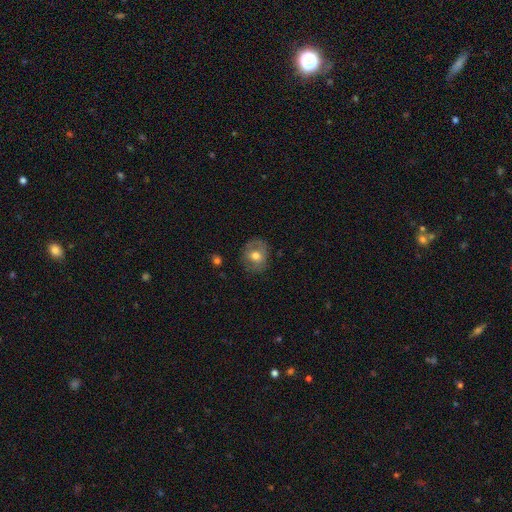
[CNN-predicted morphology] This is possibly a smooth galaxy (56%). How rounded: likely round (69%). Merging: likely none (75%).